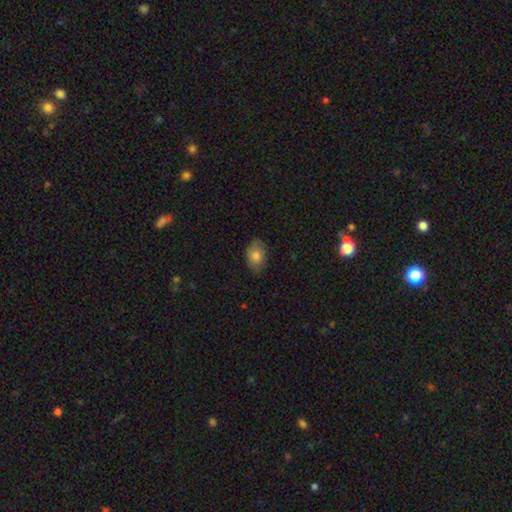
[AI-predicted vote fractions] smooth_or_featured: smooth (p=0.79) [alt: featured or disk p=0.13]
how_rounded: in between (p=0.79) [alt: round p=0.20]
merging: none (p=0.71) [alt: minor disturbance p=0.23]